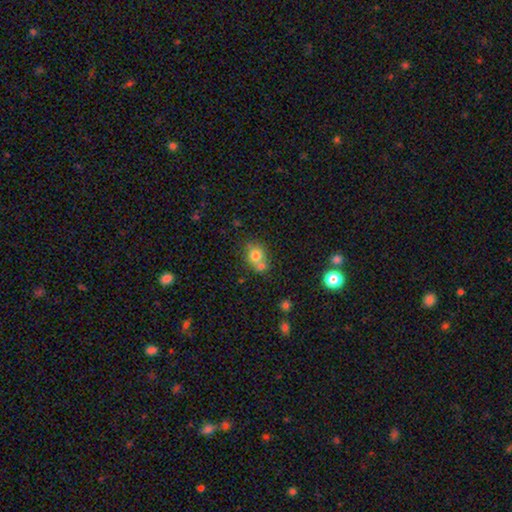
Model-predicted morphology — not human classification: A smooth galaxy with no disk features (73%) that is round (60%).

Vote fractions:
- Smooth or featured? smooth: 73% / featured or disk: 16% / star or artifact: 11%
- How rounded? round: 60% / in between: 39% / cigar-shaped: 1%
- Merging? none: 44% / merger: 36% / minor disturbance: 14% / major disturbance: 5%